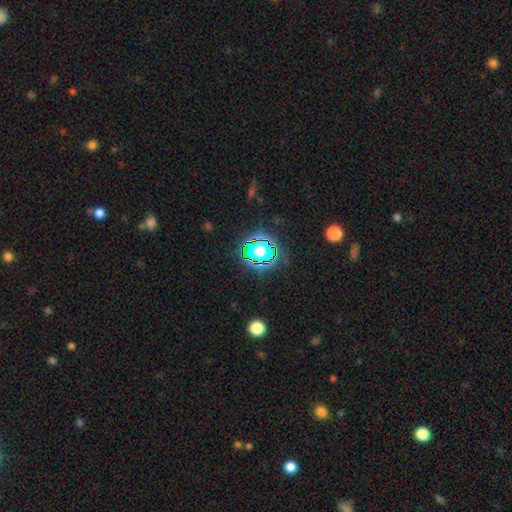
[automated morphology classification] This appears to be a star or artifact, not a galaxy (60%).